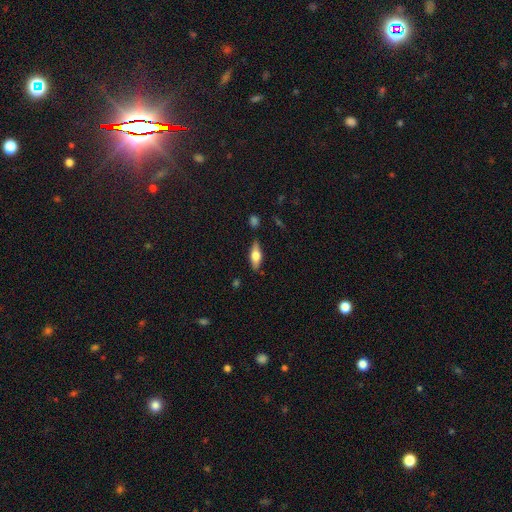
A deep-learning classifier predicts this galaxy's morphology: Smooth or featured? smooth (52%)
How rounded? in between (67%)
Merging? none (82%)